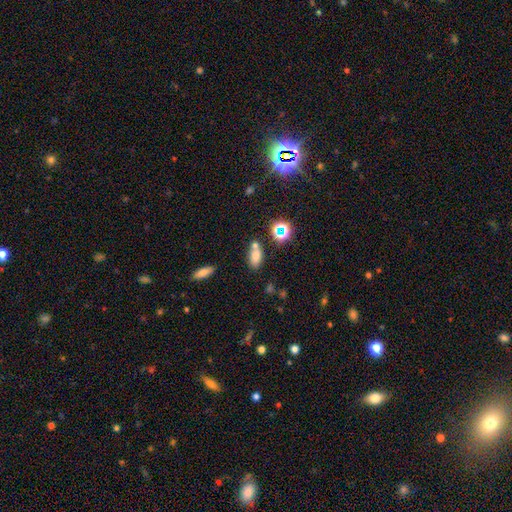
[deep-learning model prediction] Smooth or featured? Predicted: smooth (p=0.72). How rounded? Predicted: in between (p=0.85). Merging? Predicted: none (p=0.55).